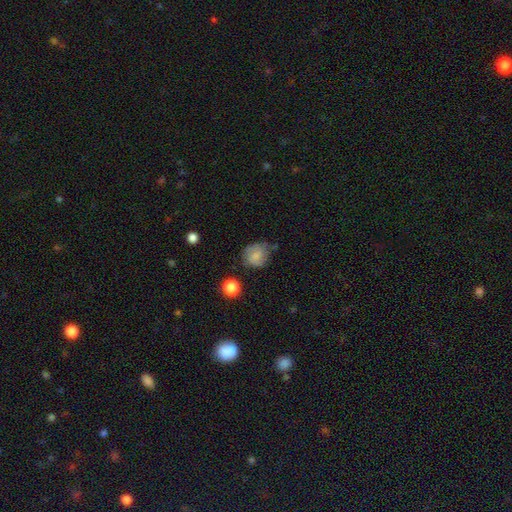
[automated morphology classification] A smooth galaxy with no disk features (69%) that is round (76%). Merging: none (63%).